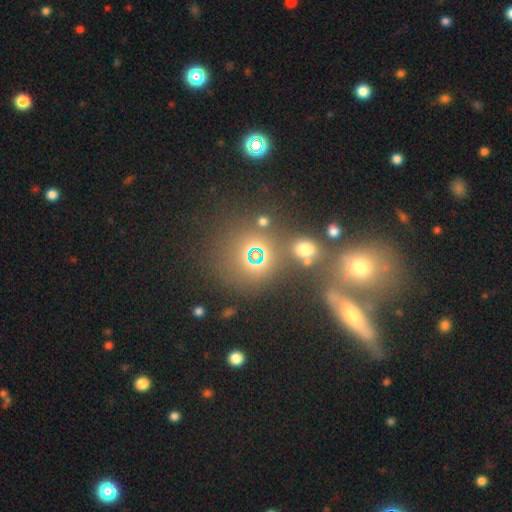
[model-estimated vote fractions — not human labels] Smooth or featured: star or artifact — 56% (smooth — 35%)